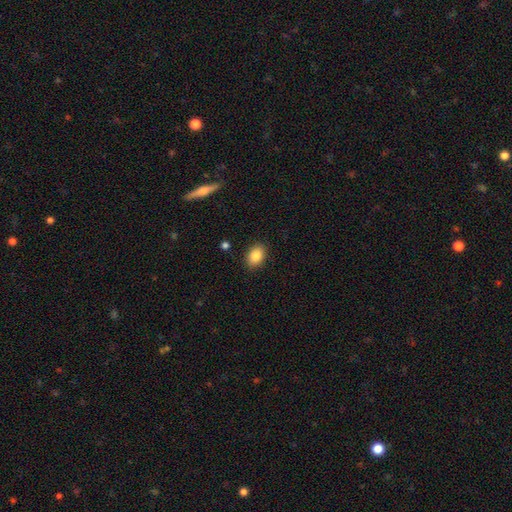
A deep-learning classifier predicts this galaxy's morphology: Smooth or featured? Predicted: smooth (p=0.86). How rounded? Predicted: in between (p=0.81). Merging? Predicted: none (p=0.88).